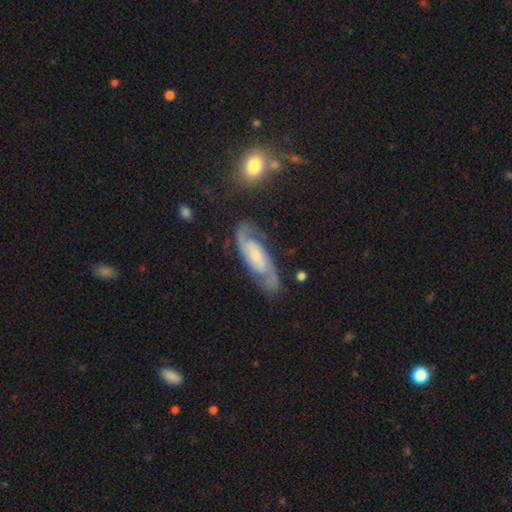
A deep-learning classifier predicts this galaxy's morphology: Q: Smooth or featured?
A: featured or disk (84%); runner-up: smooth (11%)
Q: Edge-on disk?
A: no (93%); runner-up: yes (7%)
Q: Bar?
A: no (43%); runner-up: weak (41%)
Q: Spiral arms?
A: yes (97%); runner-up: no (3%)
Q: Spiral winding?
A: medium (51%); runner-up: tight (31%)
Q: Spiral arm count?
A: 2 (90%); runner-up: can't tell (5%)
Q: Bulge size?
A: small (40%); runner-up: moderate (33%)
Q: Merging?
A: none (76%); runner-up: minor disturbance (15%)